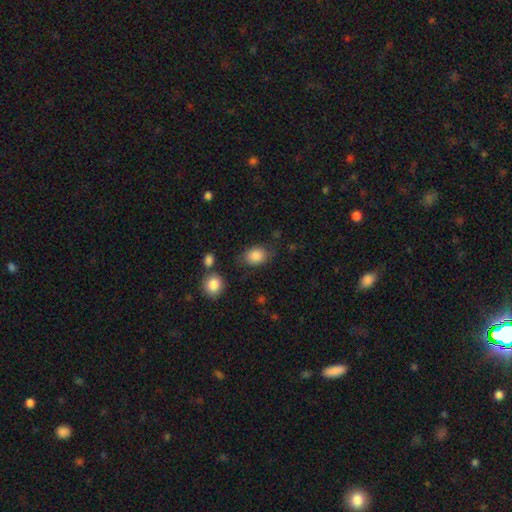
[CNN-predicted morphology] Smooth or featured?
  - smooth: 85% *
  - star or artifact: 8%
  - featured or disk: 6%
How rounded?
  - in between: 63% *
  - round: 36%
  - cigar-shaped: 1%
Merging?
  - none: 71% *
  - minor disturbance: 19%
  - major disturbance: 6%
  - merger: 4%